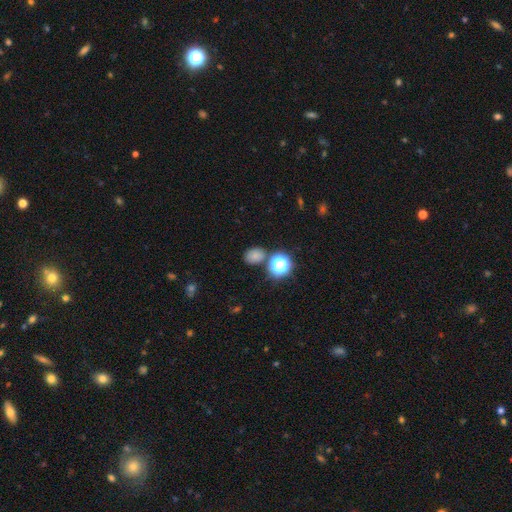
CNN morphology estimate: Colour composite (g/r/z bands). It shows a smooth galaxy with no disk features (73%) that is in between round and cigar-shaped (51%). Merging: none (74%).